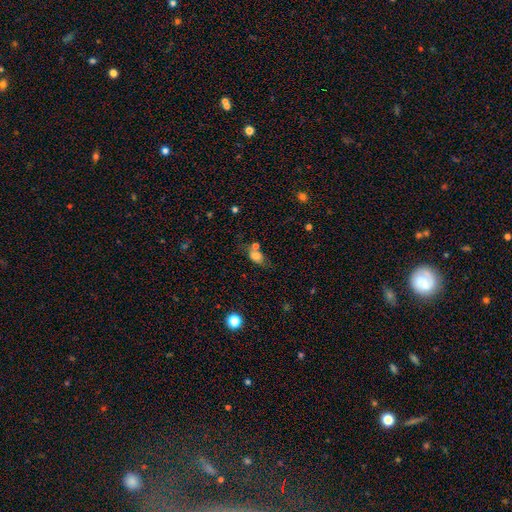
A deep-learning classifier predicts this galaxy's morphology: type=smooth (74%); roundness=in between (75%); merging=none (44%).